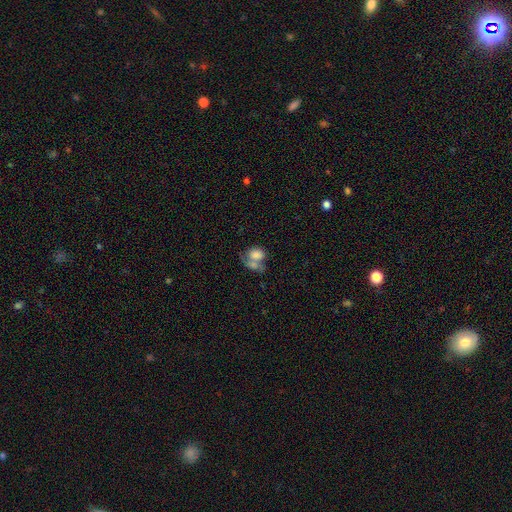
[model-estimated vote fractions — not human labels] Smooth or featured?
  - smooth: 70% *
  - featured or disk: 20%
  - star or artifact: 9%
How rounded?
  - in between: 64% *
  - round: 34%
  - cigar-shaped: 1%
Merging?
  - merger: 57% *
  - none: 20%
  - major disturbance: 13%
  - minor disturbance: 10%